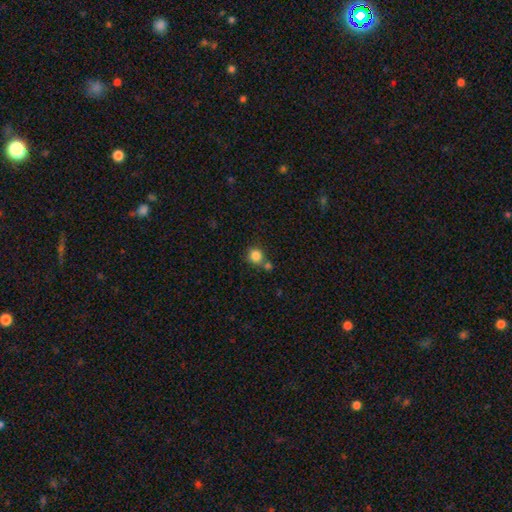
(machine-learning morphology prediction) Q: Smooth or featured?
A: smooth (84%); runner-up: star or artifact (11%)
Q: How rounded?
A: round (89%); runner-up: in between (11%)
Q: Merging?
A: none (62%); runner-up: merger (23%)